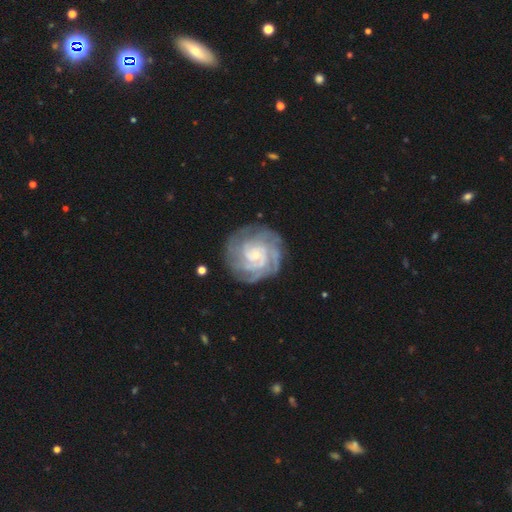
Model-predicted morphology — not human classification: A featured or disk galaxy (85%) with no bar (68%), tight (72%) spiral arms (96%) and a small central bulge (72%).

Vote fractions:
- Smooth or featured? featured or disk: 85% / smooth: 9% / star or artifact: 6%
- Edge-on disk? no: 98% / yes: 2%
- Bar? no: 68% / weak: 27% / strong: 5%
- Spiral arms? yes: 96% / no: 4%
- Spiral winding? tight: 72% / medium: 24% / loose: 4%
- Spiral arm count? can't tell: 29% / 4: 24% / 3: 19% / 2: 11% / more than 4: 10% / 1: 7%
- Bulge size? small: 72% / moderate: 18% / none: 6% / large: 3% / dominant: 1%
- Merging? none: 78% / minor disturbance: 14% / major disturbance: 6% / merger: 2%